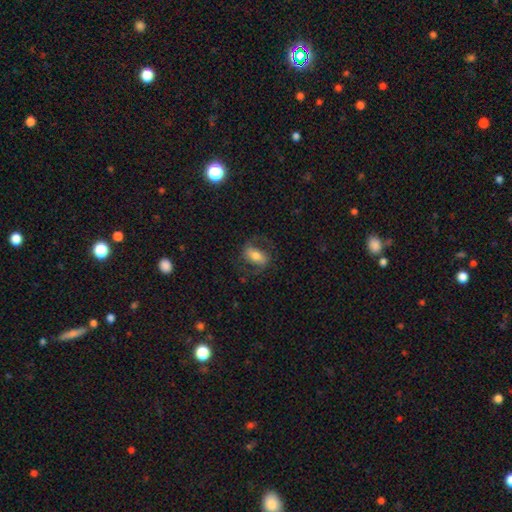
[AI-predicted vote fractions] Q: Smooth or featured?
A: featured or disk (61%); runner-up: smooth (31%)
Q: Edge-on disk?
A: no (95%); runner-up: yes (5%)
Q: Bar?
A: strong (43%); runner-up: weak (35%)
Q: Spiral arms?
A: yes (87%); runner-up: no (13%)
Q: Spiral winding?
A: medium (51%); runner-up: loose (34%)
Q: Spiral arm count?
A: 2 (89%); runner-up: can't tell (5%)
Q: Bulge size?
A: moderate (56%); runner-up: large (20%)
Q: Merging?
A: none (68%); runner-up: minor disturbance (16%)